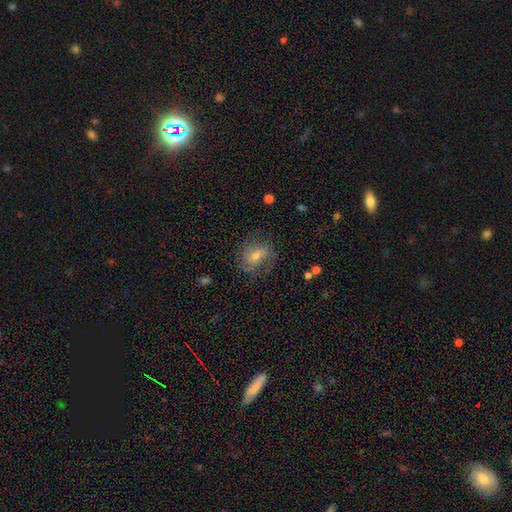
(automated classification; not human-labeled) Smooth or featured? featured or disk (53%)
Edge-on disk? no (96%)
Bar? no (56%)
Spiral arms? yes (80%)
Bulge size? moderate (55%)
Merging? none (69%)